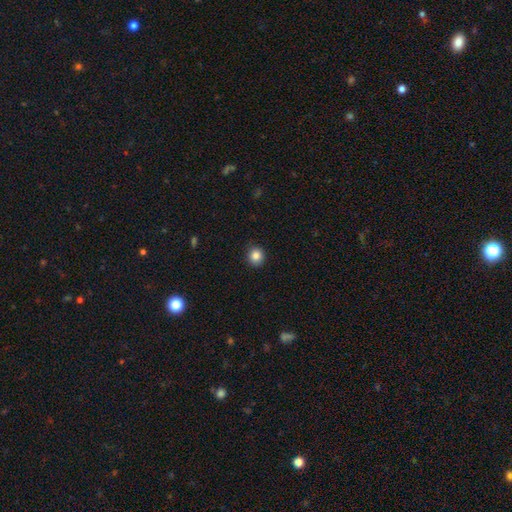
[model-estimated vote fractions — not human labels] The model was most divided on "smooth or featured": smooth: 85%, star or artifact: 11%, featured or disk: 5%. More confident: merging — none (89%); how rounded — round (88%).